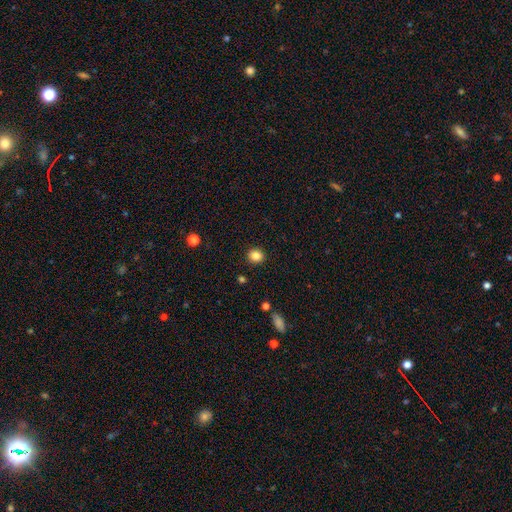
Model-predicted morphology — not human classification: A smooth galaxy with no disk features (84%) that is round (80%).

Vote fractions:
- Smooth or featured? smooth: 84% / star or artifact: 11% / featured or disk: 5%
- How rounded? round: 80% / in between: 19% / cigar-shaped: 1%
- Merging? none: 91% / minor disturbance: 6% / major disturbance: 2% / merger: 1%